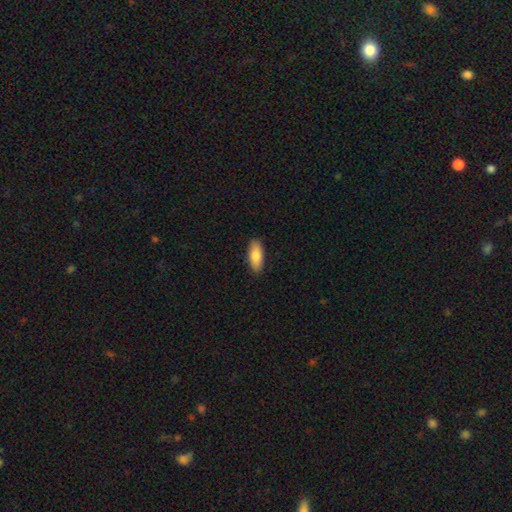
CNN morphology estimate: Smooth or featured? smooth (84%)
How rounded? in between (80%)
Merging? none (89%)